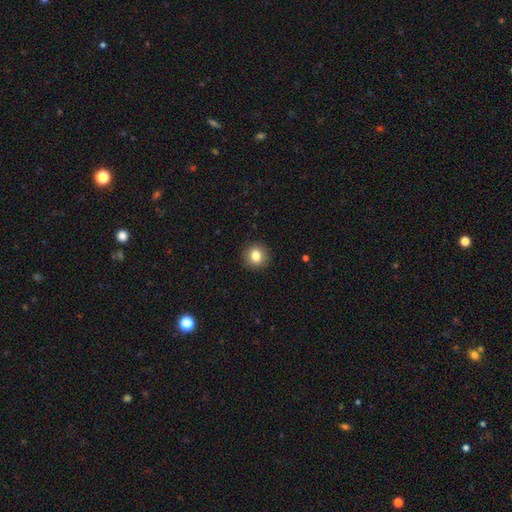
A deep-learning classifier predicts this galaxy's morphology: A smooth galaxy with no disk features (82%) that is round (89%).

Vote fractions:
- Smooth or featured? smooth: 82% / star or artifact: 10% / featured or disk: 8%
- How rounded? round: 89% / in between: 10% / cigar-shaped: 1%
- Merging? none: 92% / minor disturbance: 6% / major disturbance: 2% / merger: 1%